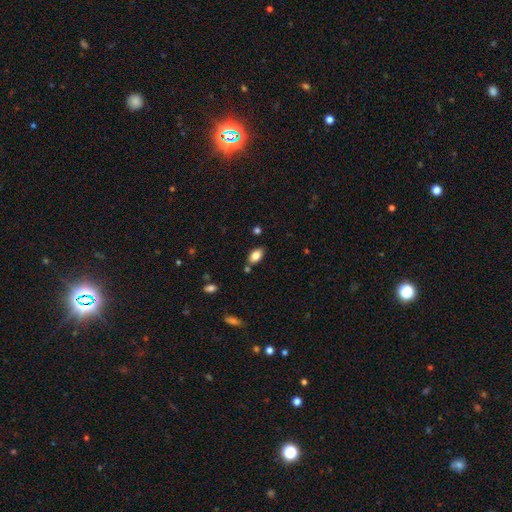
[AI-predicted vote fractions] Overall: smooth (83%). How rounded: in between (92%). Merging: none (77%).